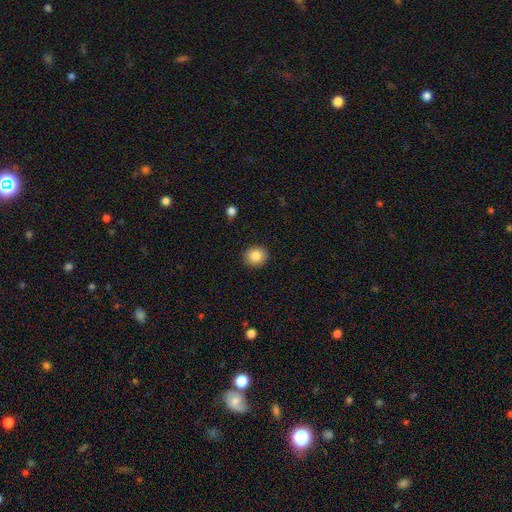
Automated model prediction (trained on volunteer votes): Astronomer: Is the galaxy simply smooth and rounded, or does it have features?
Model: smooth — 85%.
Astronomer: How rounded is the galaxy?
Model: round — 79%.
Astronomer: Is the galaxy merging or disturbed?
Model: none — 90%.